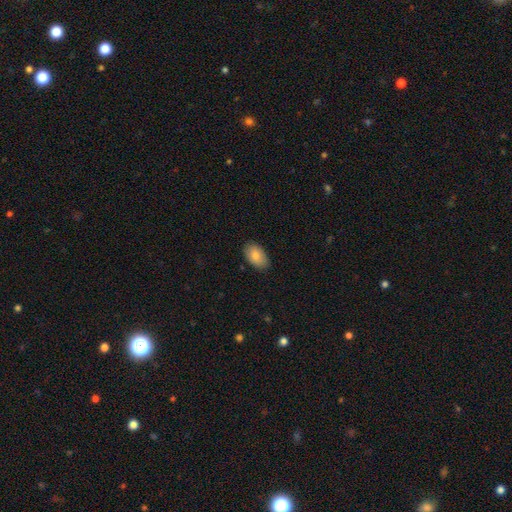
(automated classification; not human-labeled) Q: Smooth or featured?
A: smooth (83%); runner-up: featured or disk (10%)
Q: How rounded?
A: in between (93%); runner-up: round (6%)
Q: Merging?
A: none (85%); runner-up: minor disturbance (12%)